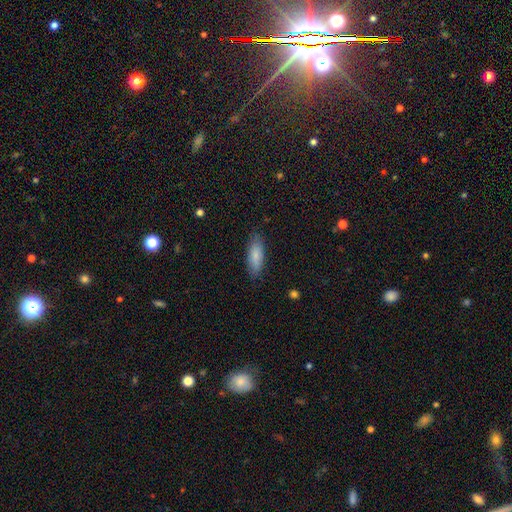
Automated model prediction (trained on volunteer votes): smooth_or_featured: smooth (p=0.83) [alt: featured or disk p=0.12]
how_rounded: in between (p=0.65) [alt: cigar-shaped p=0.33]
merging: none (p=0.83) [alt: minor disturbance p=0.13]